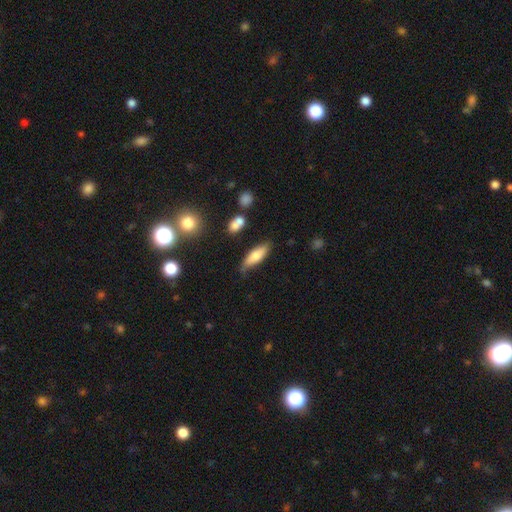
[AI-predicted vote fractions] This appears to be a smooth galaxy with no disk features (73%) that is in between round and cigar-shaped (58%). Merging: none (66%).